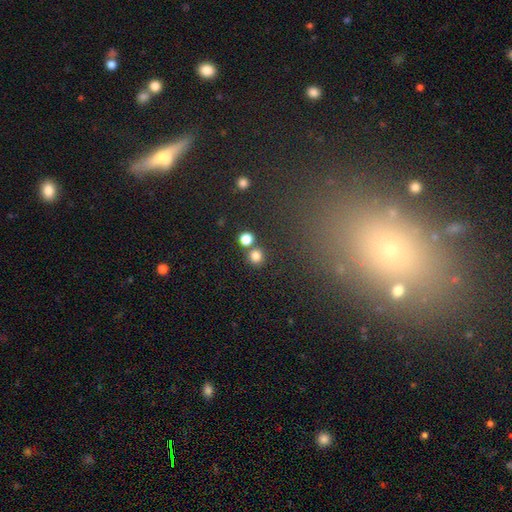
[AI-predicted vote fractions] The model was most divided on "merging": none: 73%, merger: 19%, minor disturbance: 6%, major disturbance: 2%. More confident: how rounded — round (92%); smooth or featured — smooth (81%).